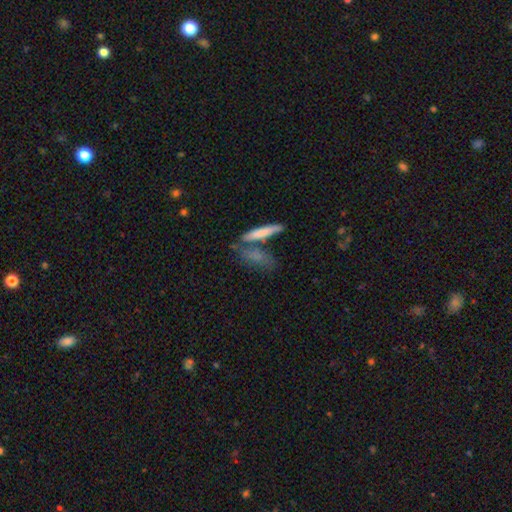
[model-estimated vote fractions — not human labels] smooth_or_featured: smooth (p=0.67) [alt: featured or disk p=0.24]
how_rounded: cigar-shaped (p=0.67) [alt: in between p=0.29]
merging: none (p=0.53) [alt: merger p=0.28]